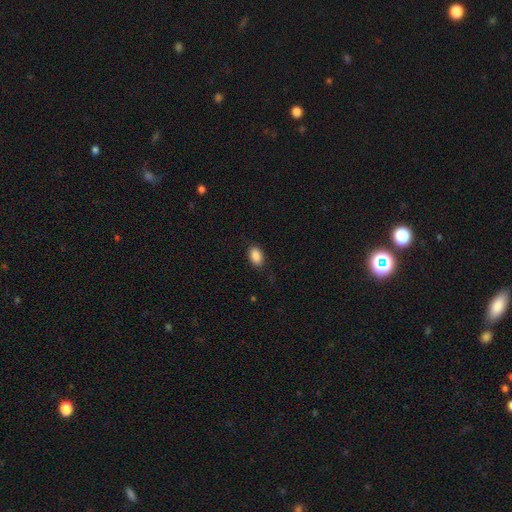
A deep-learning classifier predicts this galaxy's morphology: smooth-or-featured: smooth: 89% | star or artifact: 8% | featured or disk: 4%
  how-rounded: in between: 90% | round: 9% | cigar-shaped: 2%
  merging: none: 84% | minor disturbance: 12% | major disturbance: 3% | merger: 1%